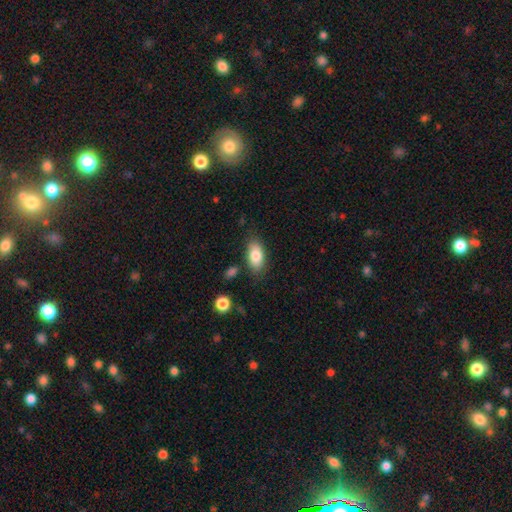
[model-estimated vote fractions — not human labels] The model was most divided on "merging": none: 80%, minor disturbance: 13%, major disturbance: 3%, merger: 3%. More confident: how rounded — in between (91%); smooth or featured — smooth (83%).